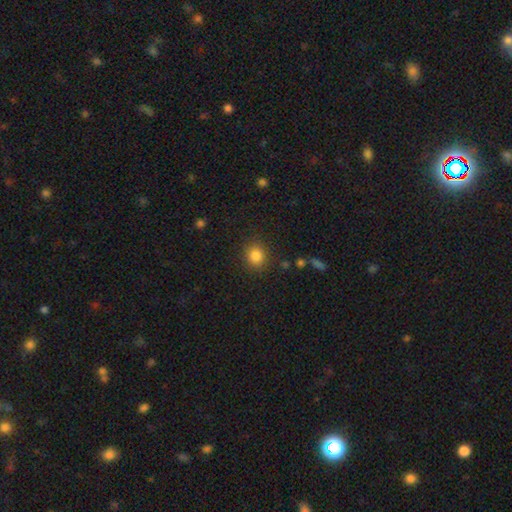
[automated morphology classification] Overall: smooth (84%). How rounded: round (77%). Merging: none (87%).